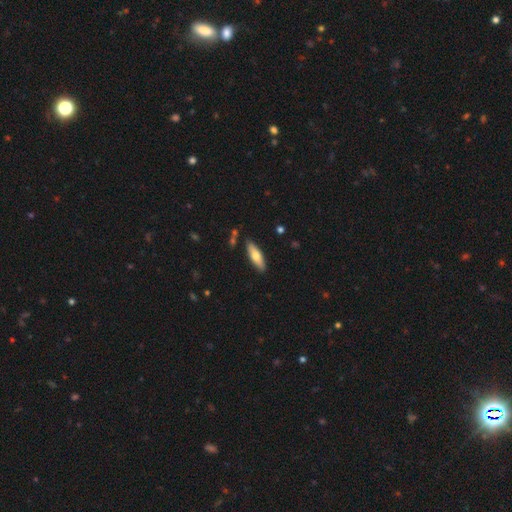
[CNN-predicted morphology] smooth 66%, featured or disk 28%, star or artifact 6%. Down the decision tree: how rounded — cigar-shaped (49%, tied with in between); merging — none (86%).